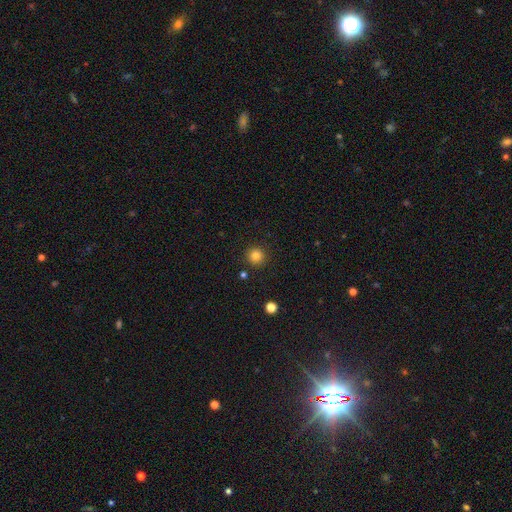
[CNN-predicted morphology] Overall: smooth (83%). How rounded: round (95%). Merging: none (91%).